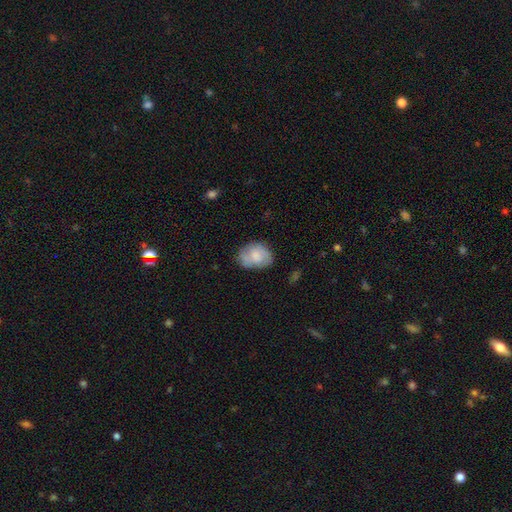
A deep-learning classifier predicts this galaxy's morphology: Smooth or featured: smooth — 66% (featured or disk — 27%)
How rounded: in between — 65% (round — 34%)
Merging: none — 65% (minor disturbance — 24%)